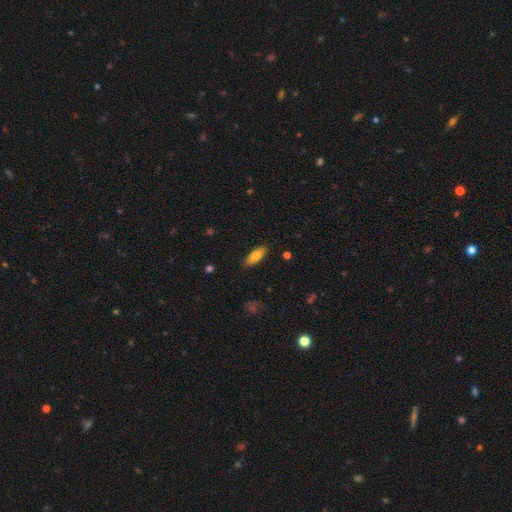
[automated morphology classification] smooth_or_featured: smooth (p=0.79) [alt: featured or disk p=0.15]
how_rounded: in between (p=0.66) [alt: cigar-shaped p=0.32]
merging: none (p=0.87) [alt: minor disturbance p=0.10]